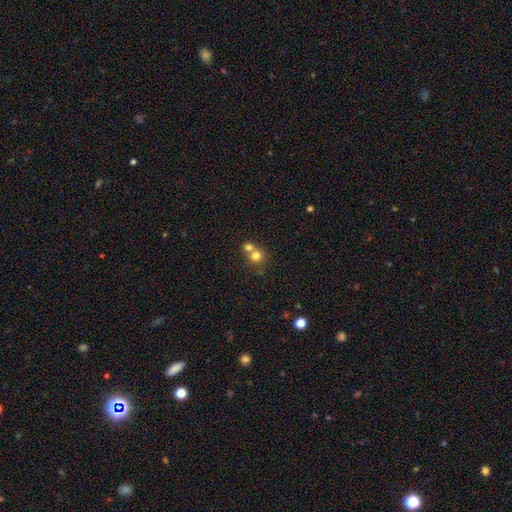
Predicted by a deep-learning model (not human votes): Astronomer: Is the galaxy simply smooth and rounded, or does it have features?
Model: smooth — 75%.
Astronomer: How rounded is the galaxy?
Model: round — 87%.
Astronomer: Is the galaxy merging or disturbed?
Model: merger — 53% (runner-up: none, 40%).